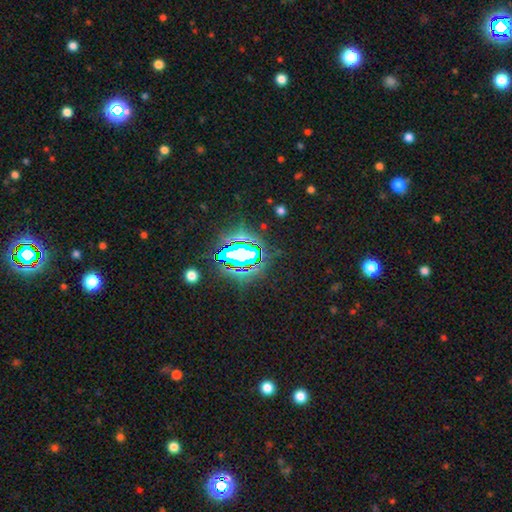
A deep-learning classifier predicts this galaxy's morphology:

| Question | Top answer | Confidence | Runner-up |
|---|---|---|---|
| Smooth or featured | star or artifact | 78% | smooth (12%) |